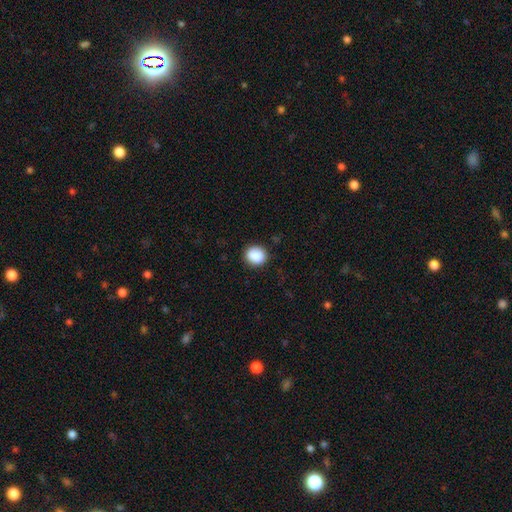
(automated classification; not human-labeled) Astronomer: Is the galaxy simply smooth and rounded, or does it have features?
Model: smooth — 88%.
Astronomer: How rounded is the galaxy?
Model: round — 73%.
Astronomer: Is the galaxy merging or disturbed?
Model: none — 87%.